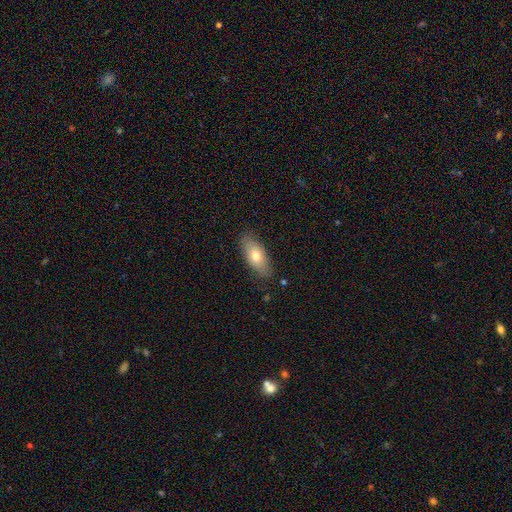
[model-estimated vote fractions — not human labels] Q: Smooth or featured?
A: smooth (72%); runner-up: featured or disk (21%)
Q: How rounded?
A: in between (83%); runner-up: cigar-shaped (13%)
Q: Merging?
A: none (84%); runner-up: minor disturbance (13%)